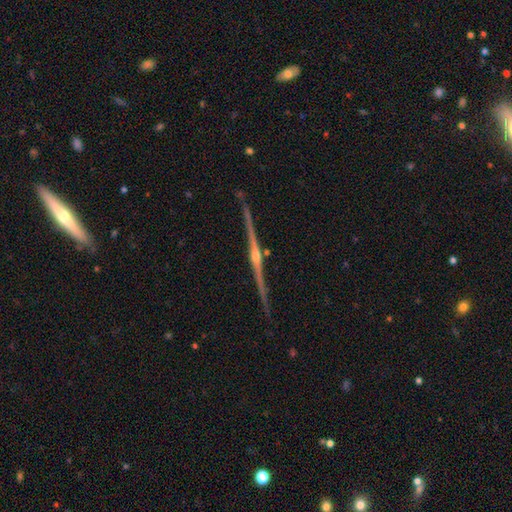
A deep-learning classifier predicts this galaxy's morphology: This is clearly a featured or disk galaxy (89%). It is clearly viewed edge-on (98%). Edge-on bulge: clearly rounded (89%). Merging: clearly none (90%).